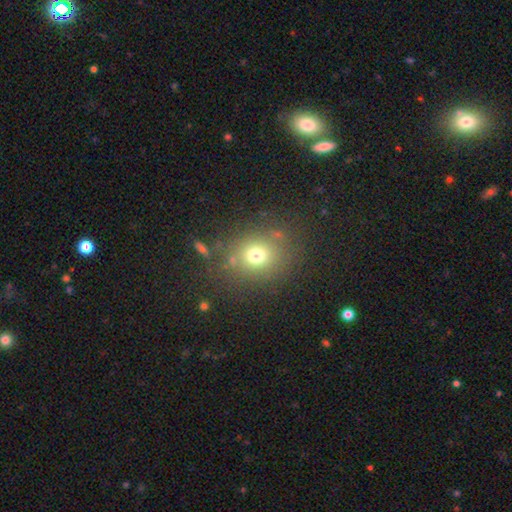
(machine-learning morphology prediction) A smooth galaxy with no disk features (71%) that is round (72%). Merging: none (78%).